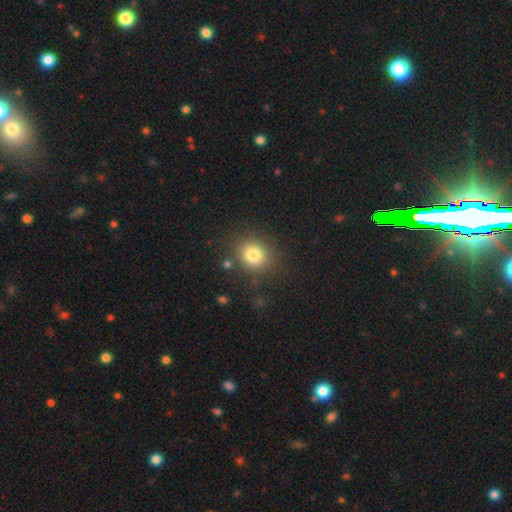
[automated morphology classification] A smooth galaxy with no disk features (64%) that is round (86%). Merging: none (87%).